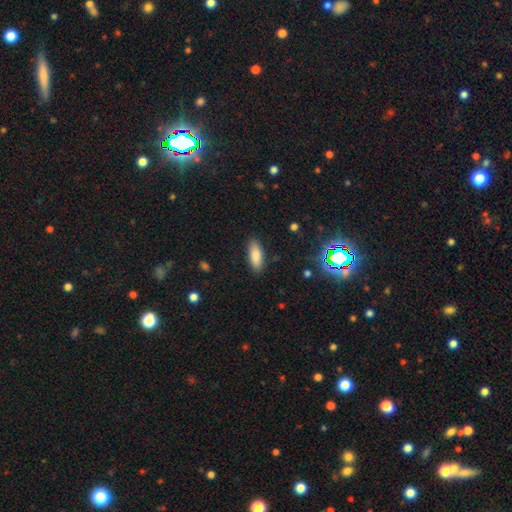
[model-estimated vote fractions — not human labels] Smooth or featured: smooth — 85% (star or artifact — 8%)
How rounded: in between — 73% (cigar-shaped — 26%)
Merging: none — 88% (minor disturbance — 9%)